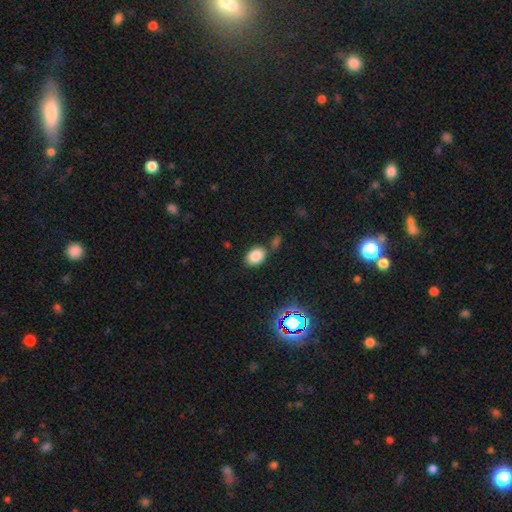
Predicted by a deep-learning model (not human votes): smooth_or_featured: smooth (p=0.82) [alt: star or artifact p=0.12]
how_rounded: in between (p=0.78) [alt: round p=0.21]
merging: none (p=0.72) [alt: minor disturbance p=0.13]